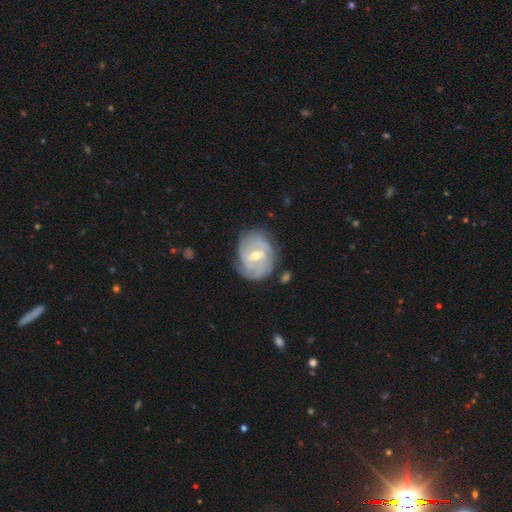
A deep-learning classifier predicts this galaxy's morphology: type=featured or disk (86%); edge-on=no (97%); bar=weak (55%); spiral arms=yes (95%); winding=tight (69%); arm count=can't tell (28%); bulge=moderate (60%); merging=none (75%).